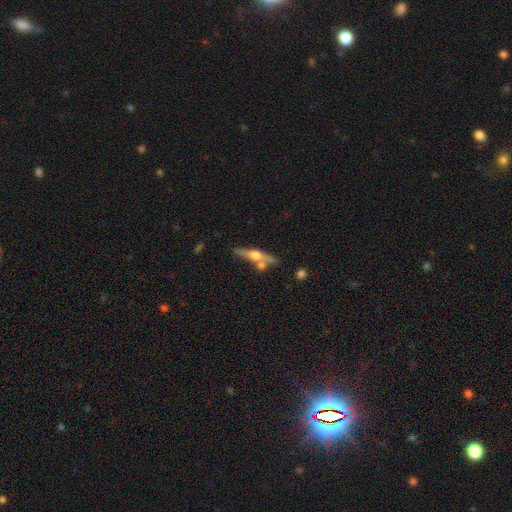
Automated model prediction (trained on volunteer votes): A featured or disk galaxy (58%) viewed edge-on (92%) with a rounded central bulge (91%).

Vote fractions:
- Smooth or featured? featured or disk: 58% / smooth: 35% / star or artifact: 7%
- Edge-on disk? yes: 92% / no: 8%
- Edge-on bulge? rounded: 91% / boxy: 5% / none: 4%
- Merging? none: 67% / merger: 15% / minor disturbance: 14% / major disturbance: 4%